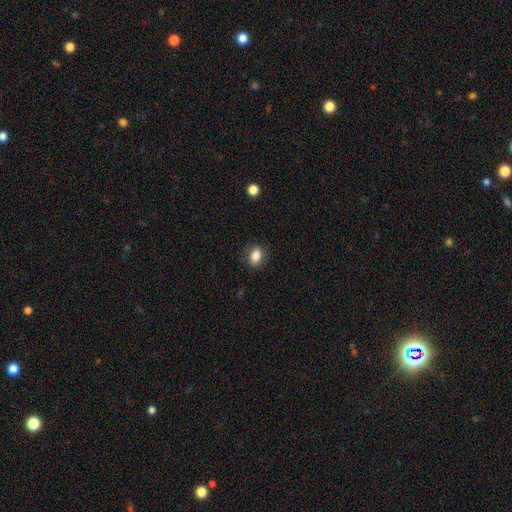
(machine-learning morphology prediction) The model was most divided on "how rounded": in between: 75%, round: 23%, cigar-shaped: 2%. More confident: smooth or featured — smooth (85%); merging — none (85%).